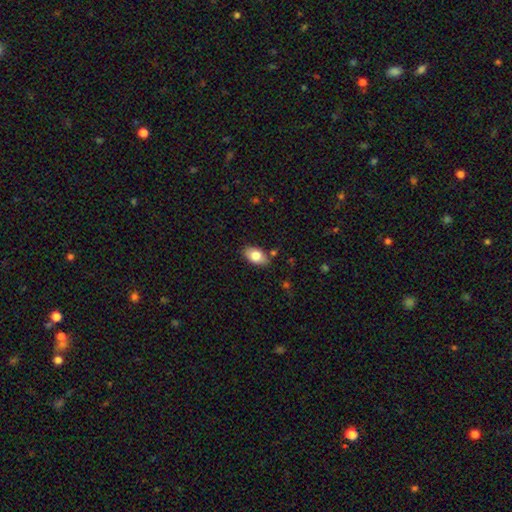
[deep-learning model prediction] Smooth or featured?
  - smooth: 81% *
  - featured or disk: 12%
  - star or artifact: 7%
How rounded?
  - in between: 92% *
  - round: 6%
  - cigar-shaped: 2%
Merging?
  - none: 82% *
  - minor disturbance: 13%
  - merger: 3%
  - major disturbance: 2%